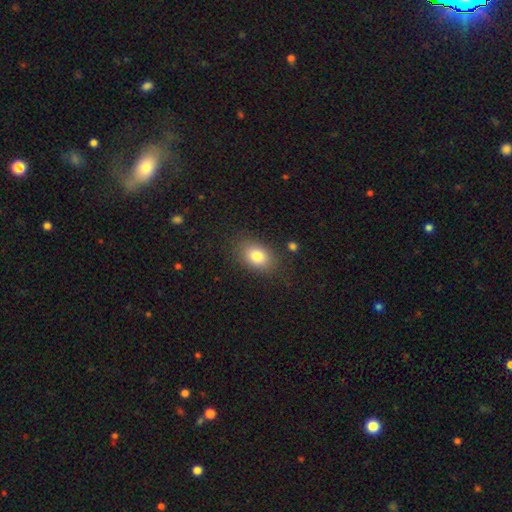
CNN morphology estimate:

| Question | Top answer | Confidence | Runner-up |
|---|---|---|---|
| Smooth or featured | smooth | 82% | featured or disk (9%) |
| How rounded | in between | 81% | round (18%) |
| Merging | none | 82% | minor disturbance (12%) |